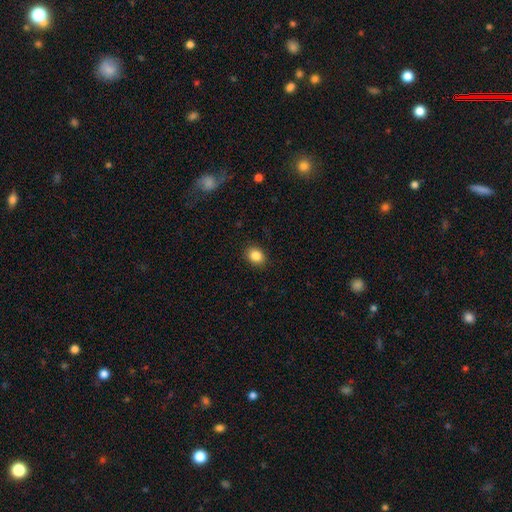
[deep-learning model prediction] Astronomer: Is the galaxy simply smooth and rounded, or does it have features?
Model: smooth — 86%.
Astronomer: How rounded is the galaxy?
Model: round — 51% (runner-up: in between, 48%).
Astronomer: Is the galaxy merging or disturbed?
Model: none — 88%.